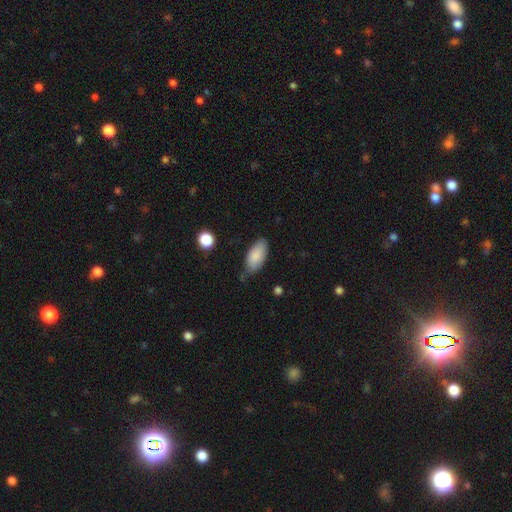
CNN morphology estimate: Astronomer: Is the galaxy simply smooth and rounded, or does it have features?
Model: smooth — 86%.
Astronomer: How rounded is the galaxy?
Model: in between — 92%.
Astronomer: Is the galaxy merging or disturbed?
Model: none — 66%.